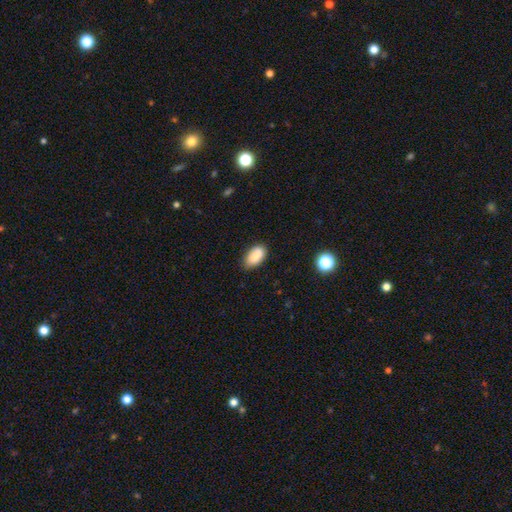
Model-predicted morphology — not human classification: Smooth or featured? Predicted: smooth (p=0.84). How rounded? Predicted: in between (p=0.93). Merging? Predicted: none (p=0.74).